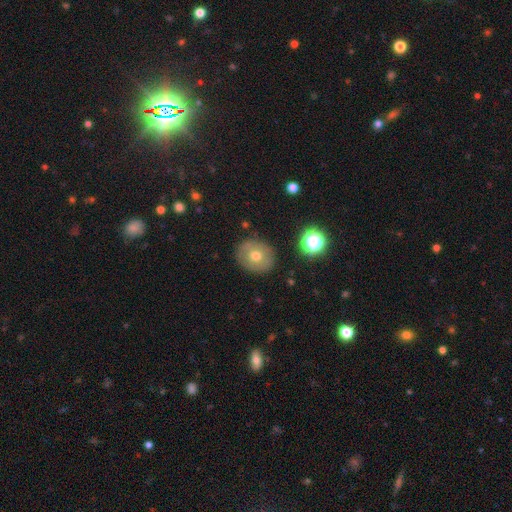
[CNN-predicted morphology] A smooth galaxy with no disk features (65%) that is round (73%). Merging: none (85%).